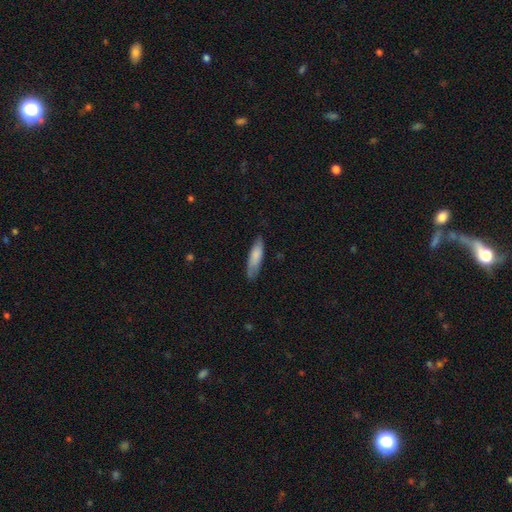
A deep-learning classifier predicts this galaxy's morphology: Overall: smooth (79%). How rounded: cigar-shaped (63%; in between 35%). Merging: none (76%).